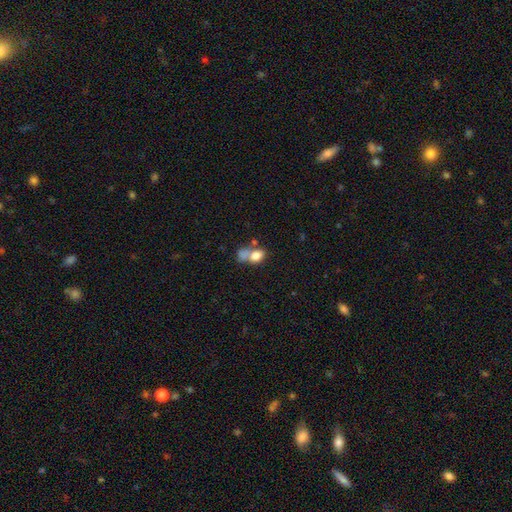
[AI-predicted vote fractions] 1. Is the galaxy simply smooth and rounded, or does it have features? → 75% smooth, 15% featured or disk, 10% star or artifact.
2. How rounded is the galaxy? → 74% in between, 24% round, 2% cigar-shaped.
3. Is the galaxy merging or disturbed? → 48% merger, 29% none, 13% minor disturbance, 11% major disturbance.